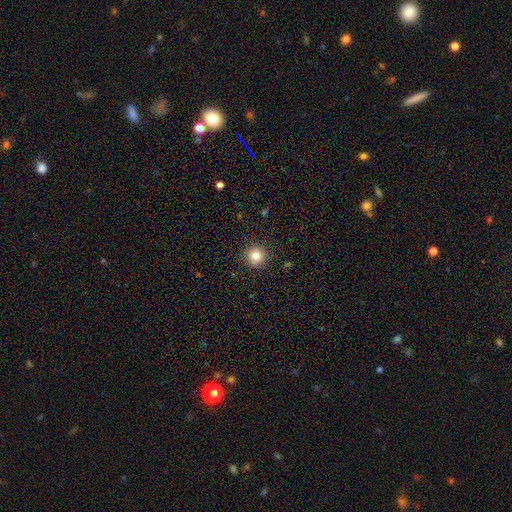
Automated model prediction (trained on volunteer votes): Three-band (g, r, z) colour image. It shows a smooth galaxy with no disk features (83%) that is round (95%). Merging: none (91%).